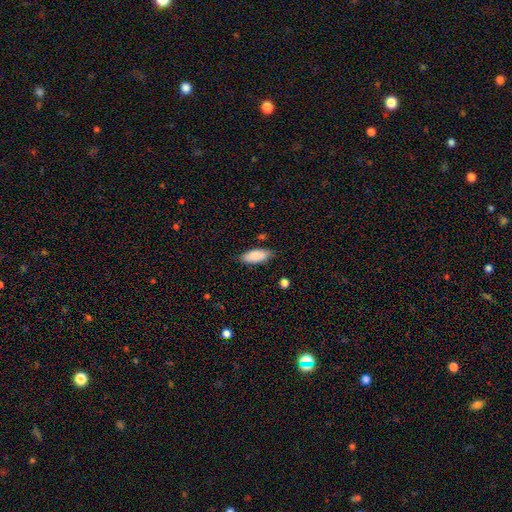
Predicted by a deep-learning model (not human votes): Overall: smooth (88%). How rounded: in between (83%). Merging: none (82%).